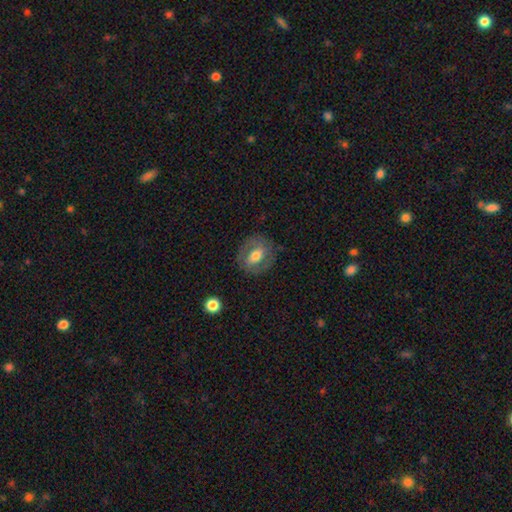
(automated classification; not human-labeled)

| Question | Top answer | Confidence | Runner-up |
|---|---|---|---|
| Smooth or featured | featured or disk | 50% | smooth (43%) |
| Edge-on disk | no | 93% | yes (7%) |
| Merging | none | 78% | minor disturbance (14%) |